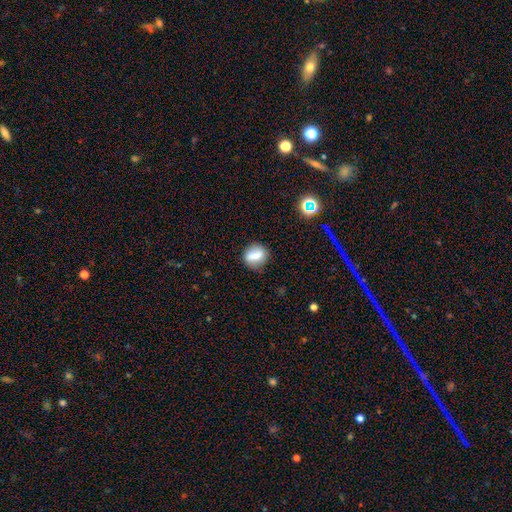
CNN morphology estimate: A smooth galaxy with no disk features (70%) that is round (71%). Merging: none (82%).